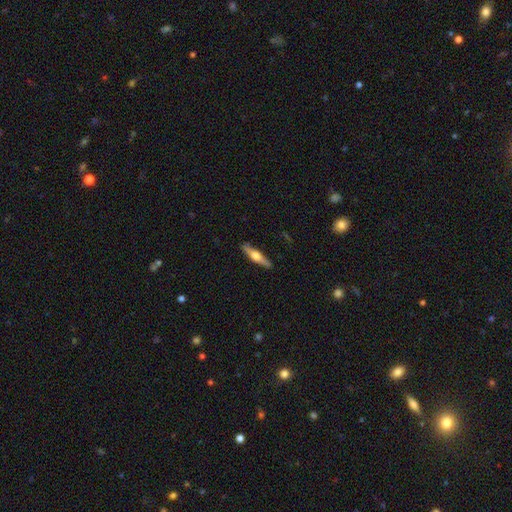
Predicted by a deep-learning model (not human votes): Smooth or featured?
  - featured or disk: 60% *
  - smooth: 35%
  - star or artifact: 5%
Edge-on disk?
  - yes: 96% *
  - no: 4%
Edge-on bulge?
  - rounded: 92% *
  - boxy: 5%
  - none: 3%
Merging?
  - none: 89% *
  - minor disturbance: 8%
  - major disturbance: 2%
  - merger: 1%